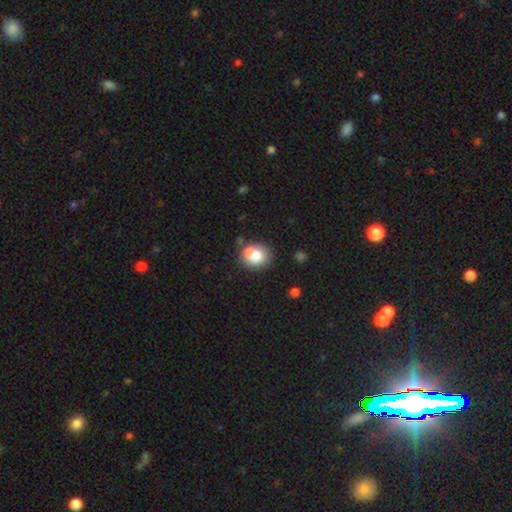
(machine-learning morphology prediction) smooth 75%, featured or disk 15%, star or artifact 10%. Down the decision tree: how rounded — round (70%); merging — none (49%).